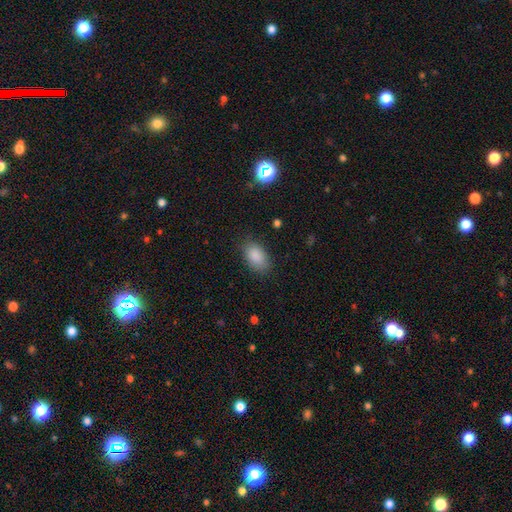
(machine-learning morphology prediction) type=smooth (88%); roundness=in between (91%); merging=none (82%).